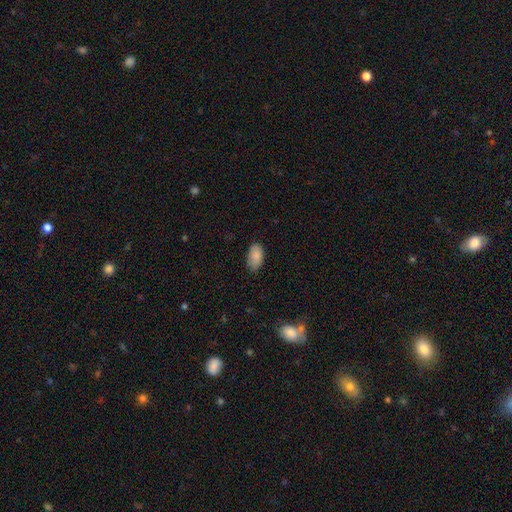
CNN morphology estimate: Smooth or featured? Predicted: smooth (p=0.88). How rounded? Predicted: in between (p=0.94). Merging? Predicted: none (p=0.78).